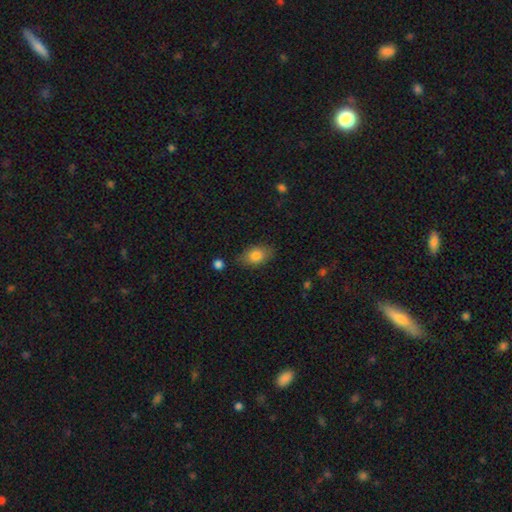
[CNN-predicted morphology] Overall: smooth (82%). How rounded: in between (85%). Merging: none (79%).